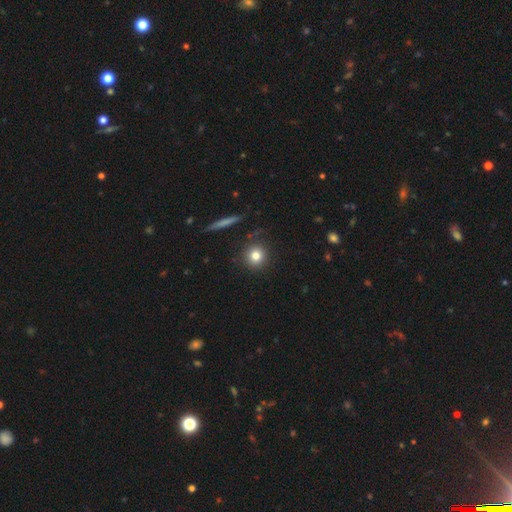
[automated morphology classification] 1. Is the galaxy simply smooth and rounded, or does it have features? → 80% smooth, 11% star or artifact, 9% featured or disk.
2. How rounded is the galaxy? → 93% round, 6% in between, 1% cigar-shaped.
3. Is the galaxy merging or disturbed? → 87% none, 8% minor disturbance, 3% major disturbance, 3% merger.